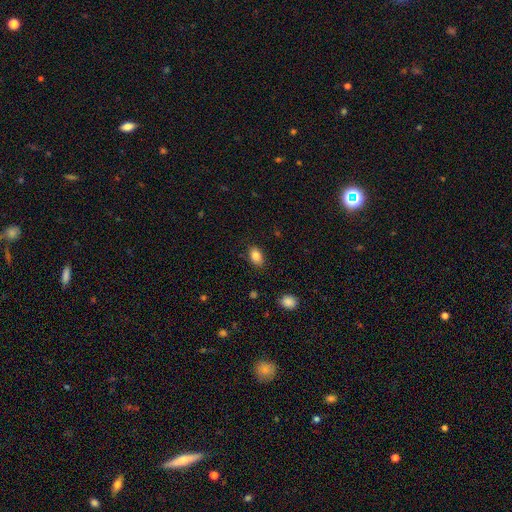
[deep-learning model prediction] Smooth or featured? smooth (84%)
How rounded? in between (83%)
Merging? none (84%)